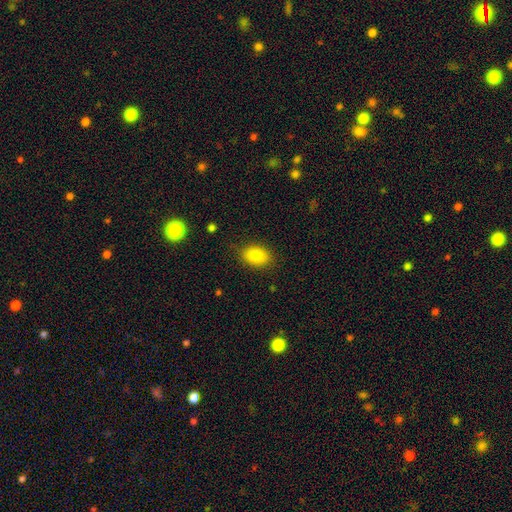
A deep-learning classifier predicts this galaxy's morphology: smooth_or_featured: smooth (p=0.85) [alt: star or artifact p=0.09]
how_rounded: in between (p=0.80) [alt: round p=0.19]
merging: none (p=0.83) [alt: minor disturbance p=0.13]